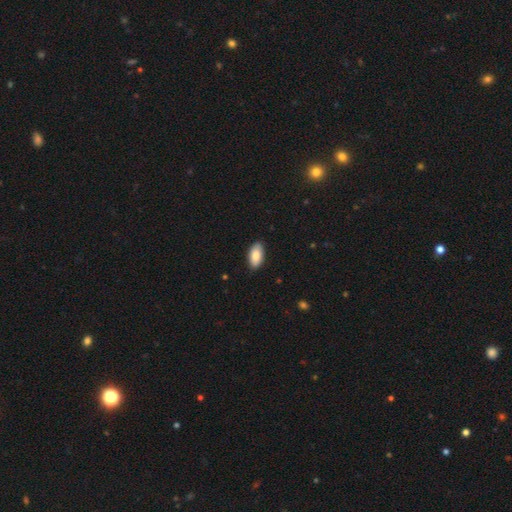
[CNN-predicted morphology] A smooth galaxy with no disk features (87%) that is in between round and cigar-shaped (94%). Merging: none (87%).